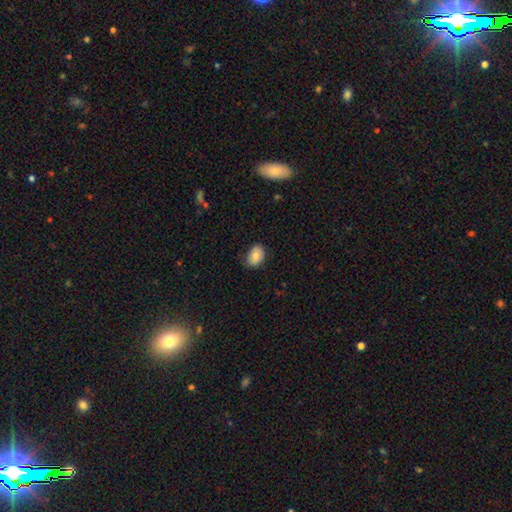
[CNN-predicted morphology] Smooth or featured? Predicted: smooth (p=0.78). How rounded? Predicted: in between (p=0.78). Merging? Predicted: none (p=0.76).